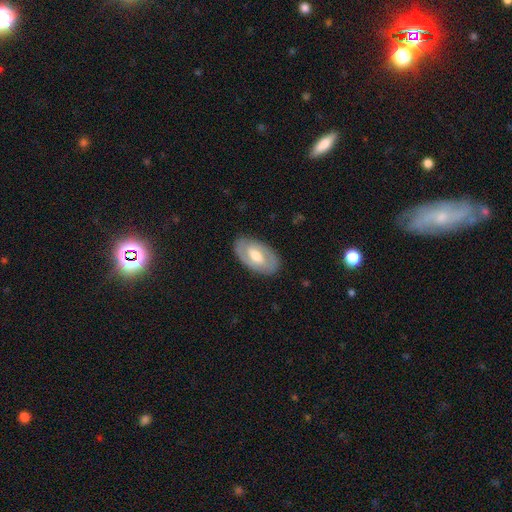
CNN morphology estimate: Overall: featured or disk (62%; smooth 33%). Edge-on disk: no (92%). Bar: weak (46%; no 29%). Spiral arms: yes (53%; no 47%). Bulge size: moderate (68%). Merging: none (85%).